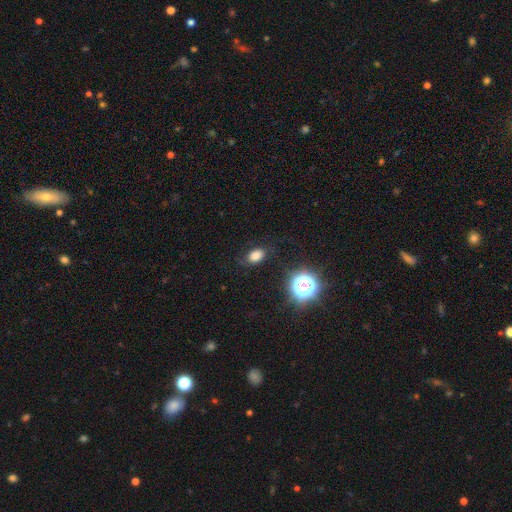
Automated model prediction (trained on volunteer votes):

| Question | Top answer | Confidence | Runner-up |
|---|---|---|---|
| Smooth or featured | smooth | 77% | star or artifact (16%) |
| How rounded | in between | 79% | round (20%) |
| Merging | none | 80% | minor disturbance (14%) |